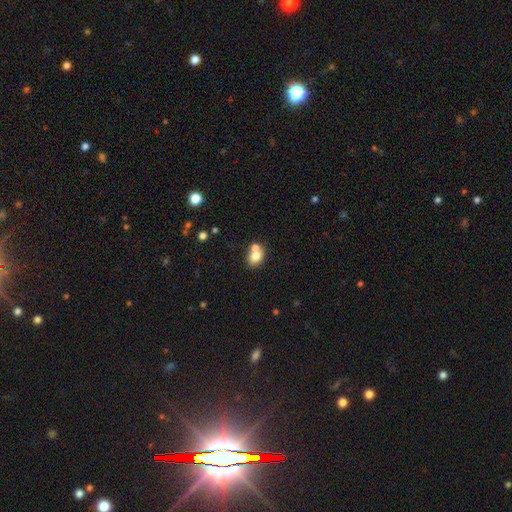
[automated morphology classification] This appears to be a smooth galaxy with no disk features (76%) that is in between round and cigar-shaped (56%). Merging: none (45%).